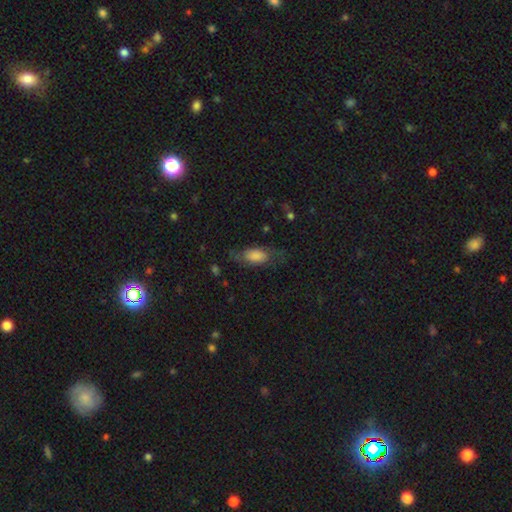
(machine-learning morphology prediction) Smooth or featured? Predicted: smooth (p=0.71). How rounded? Predicted: in between (p=0.87). Merging? Predicted: none (p=0.56).